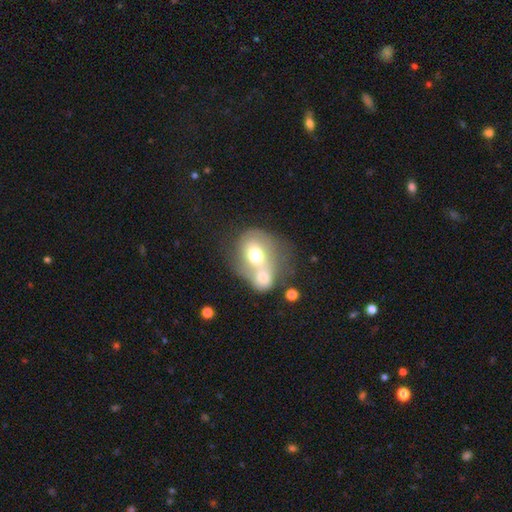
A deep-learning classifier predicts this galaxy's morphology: Smooth or featured? Predicted: smooth (p=0.56). How rounded? Predicted: round (p=0.56). Merging? Predicted: merger (p=0.66).